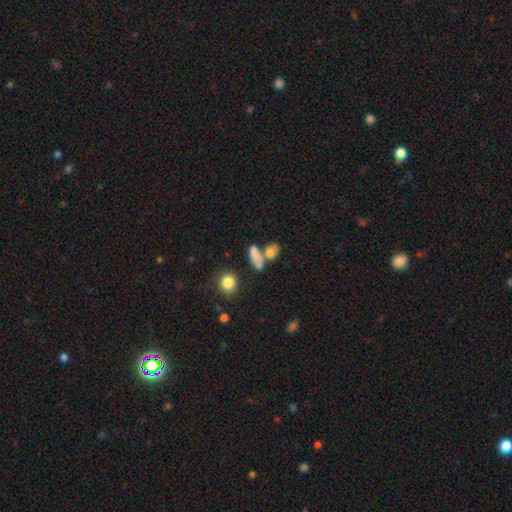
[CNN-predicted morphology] A smooth galaxy with no disk features (74%) that is in between round and cigar-shaped (67%).

Vote fractions:
- Smooth or featured? smooth: 74% / featured or disk: 14% / star or artifact: 12%
- How rounded? in between: 67% / round: 21% / cigar-shaped: 13%
- Merging? none: 39% / merger: 38% / minor disturbance: 14% / major disturbance: 9%